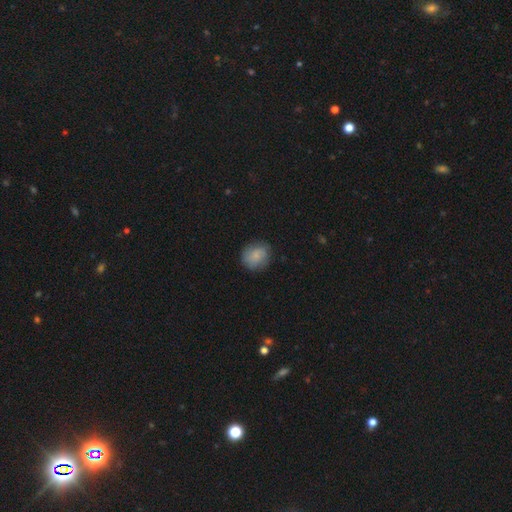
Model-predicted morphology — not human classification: Smooth or featured? smooth (81%)
How rounded? round (76%)
Merging? none (81%)